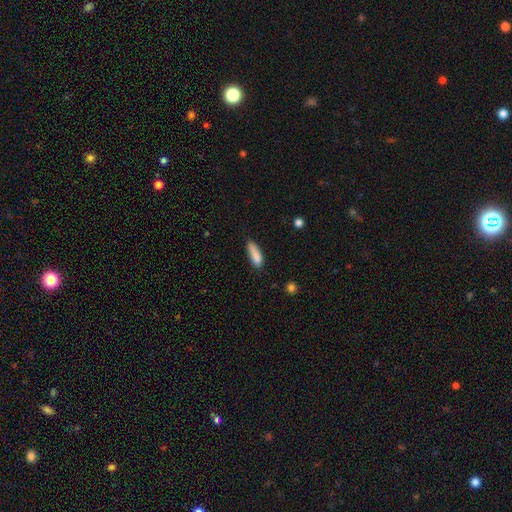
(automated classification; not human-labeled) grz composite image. It shows a smooth galaxy with no disk features (84%) that is cigar-shaped (56%). Merging: none (61%).